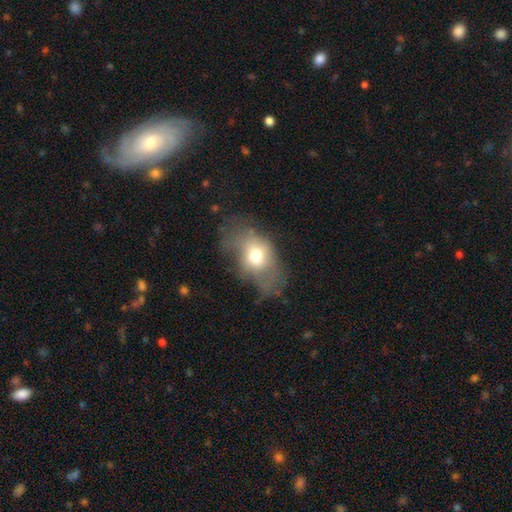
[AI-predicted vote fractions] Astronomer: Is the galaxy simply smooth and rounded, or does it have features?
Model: smooth — 63%.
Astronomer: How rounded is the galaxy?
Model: in between — 75%.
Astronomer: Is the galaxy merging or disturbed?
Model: major disturbance — 36% (runner-up: none, 35%).